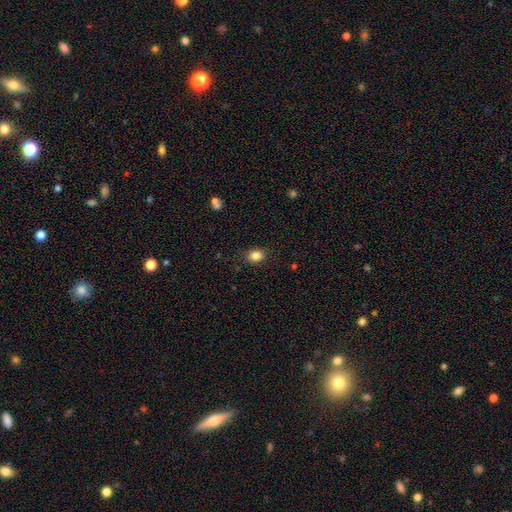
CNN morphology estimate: Overall: smooth (84%). How rounded: round (53%; in between 46%). Merging: none (85%).